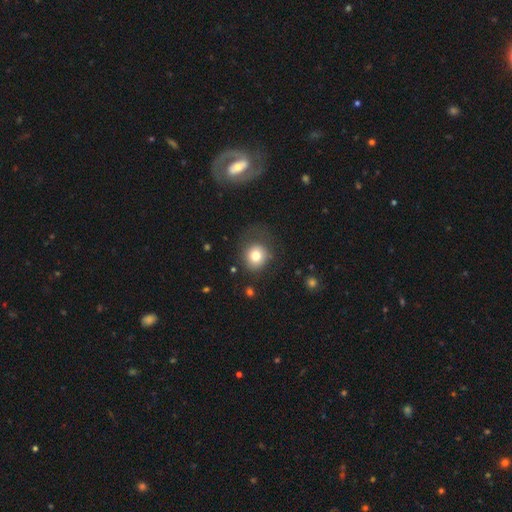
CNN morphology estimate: This appears to be a smooth galaxy with no disk features (77%) that is round (84%). Merging: none (63%).